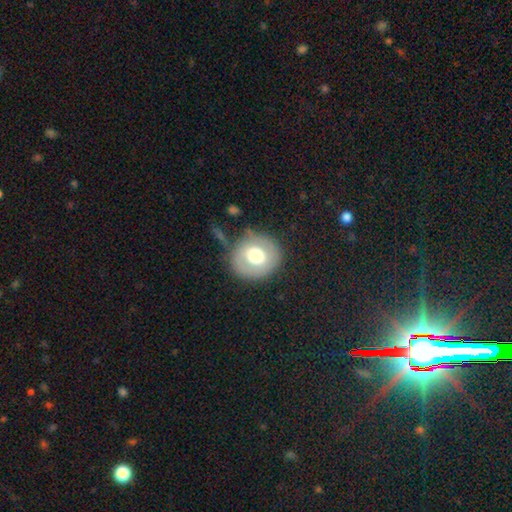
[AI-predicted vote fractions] Smooth or featured? smooth (60%)
How rounded? round (88%)
Merging? none (74%)